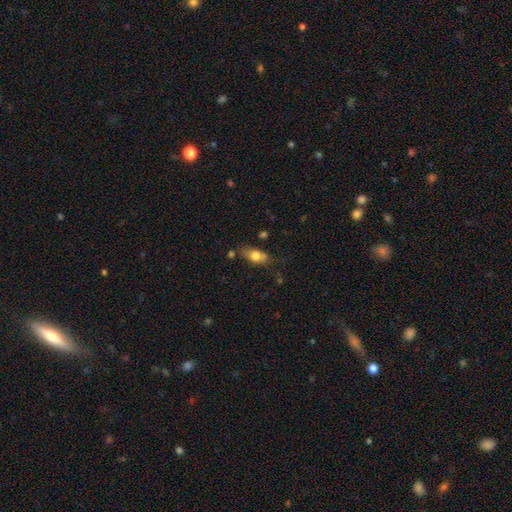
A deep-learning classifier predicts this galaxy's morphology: smooth_or_featured: smooth (p=0.72) [alt: featured or disk p=0.20]
how_rounded: in between (p=0.78) [alt: round p=0.11]
merging: none (p=0.61) [alt: minor disturbance p=0.23]